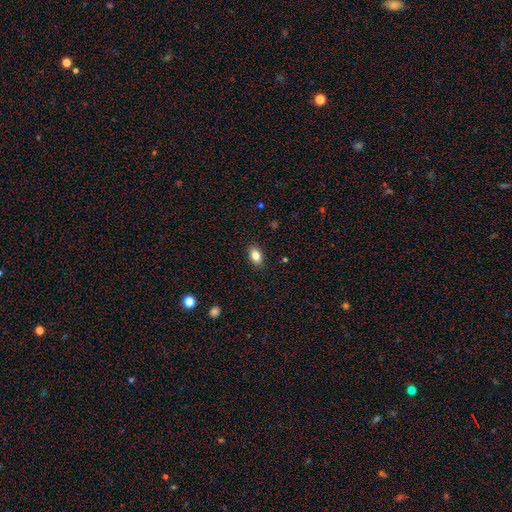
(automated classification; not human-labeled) Smooth or featured?
  - smooth: 82% *
  - star or artifact: 9%
  - featured or disk: 9%
How rounded?
  - in between: 84% *
  - round: 15%
  - cigar-shaped: 2%
Merging?
  - none: 89% *
  - minor disturbance: 8%
  - major disturbance: 2%
  - merger: 1%